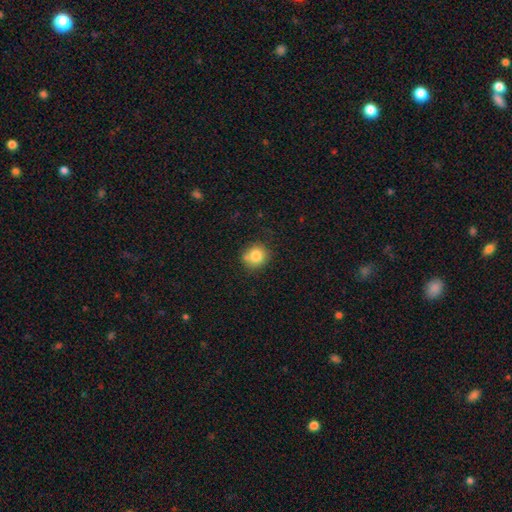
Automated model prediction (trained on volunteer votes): Smooth or featured? Predicted: smooth (p=0.81). How rounded? Predicted: round (p=0.85). Merging? Predicted: none (p=0.72).